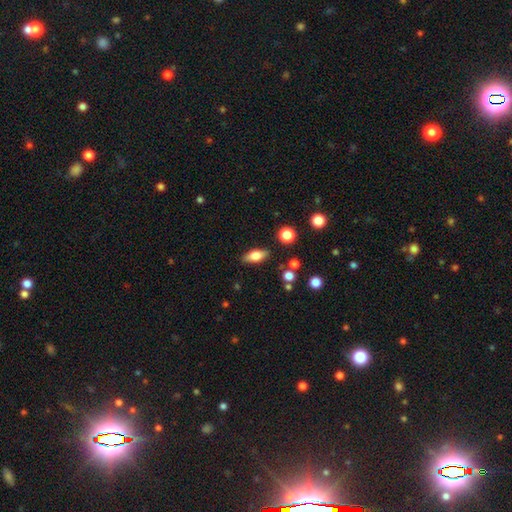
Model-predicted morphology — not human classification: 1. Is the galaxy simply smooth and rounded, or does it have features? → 72% smooth, 20% featured or disk, 8% star or artifact.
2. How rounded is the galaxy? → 81% in between, 14% cigar-shaped, 5% round.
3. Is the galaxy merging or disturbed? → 83% none, 11% minor disturbance, 3% major disturbance, 3% merger.